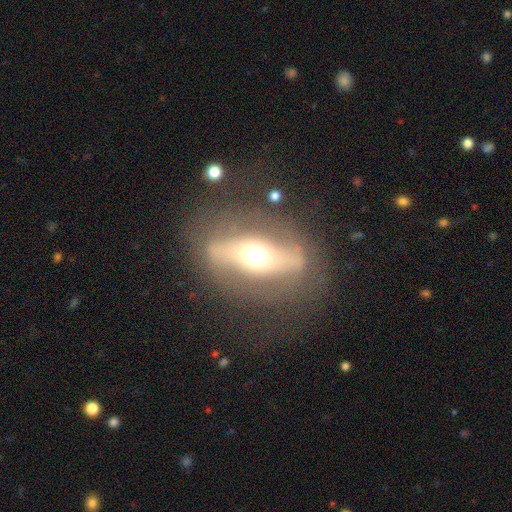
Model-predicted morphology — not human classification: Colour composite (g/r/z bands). It shows a featured or disk galaxy (71%). Merging: none (72%).